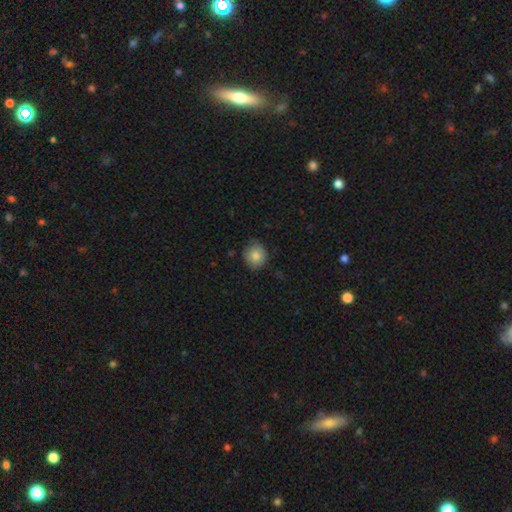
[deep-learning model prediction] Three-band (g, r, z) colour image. It shows a smooth galaxy with no disk features (84%) that is round (85%). Merging: none (74%).